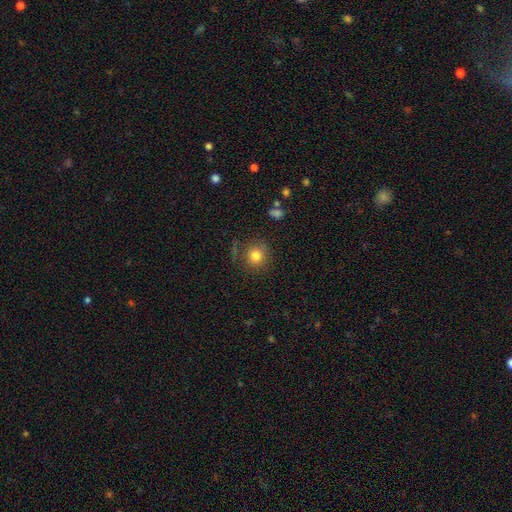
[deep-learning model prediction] Smooth or featured? Predicted: smooth (p=0.81). How rounded? Predicted: round (p=0.89). Merging? Predicted: none (p=0.82).